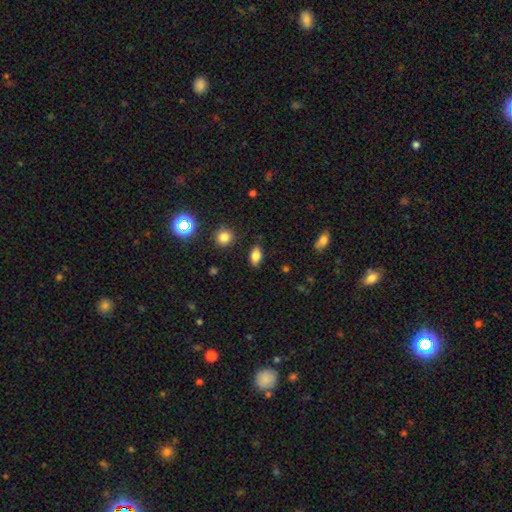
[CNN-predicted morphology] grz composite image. It shows a smooth galaxy with no disk features (81%) that is in between round and cigar-shaped (88%). Merging: none (85%).